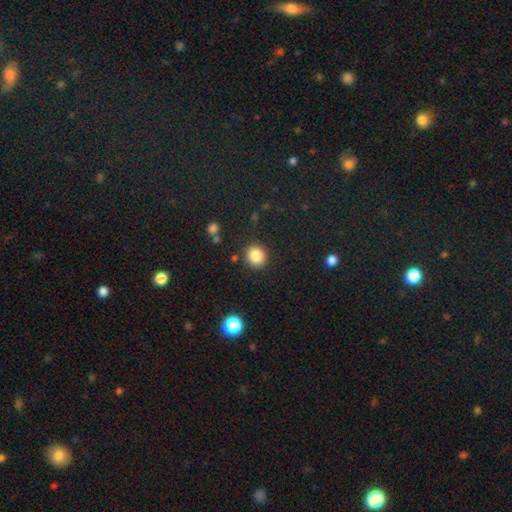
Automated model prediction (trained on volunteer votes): The model was most divided on "smooth or featured": smooth: 85%, star or artifact: 10%, featured or disk: 5%. More confident: how rounded — round (89%); merging — none (88%).